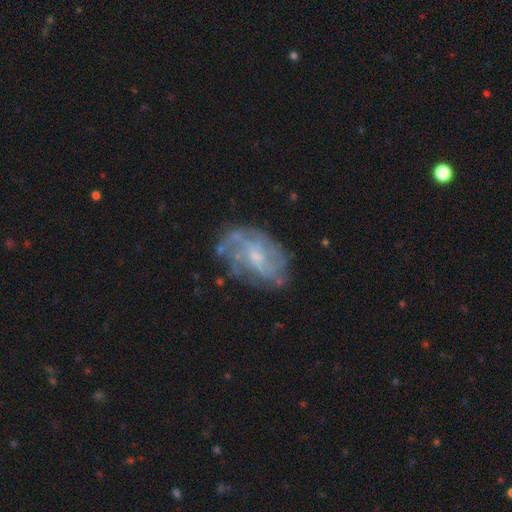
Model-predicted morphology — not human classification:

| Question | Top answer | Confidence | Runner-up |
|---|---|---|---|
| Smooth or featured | featured or disk | 73% | smooth (18%) |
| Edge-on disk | no | 96% | yes (4%) |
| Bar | no | 56% | weak (38%) |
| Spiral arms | yes | 73% | no (27%) |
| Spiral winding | medium | 38% | tight (36%) |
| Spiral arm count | can't tell | 48% | 2 (16%) |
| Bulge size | small | 56% | moderate (33%) |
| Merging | none | 63% | minor disturbance (21%) |